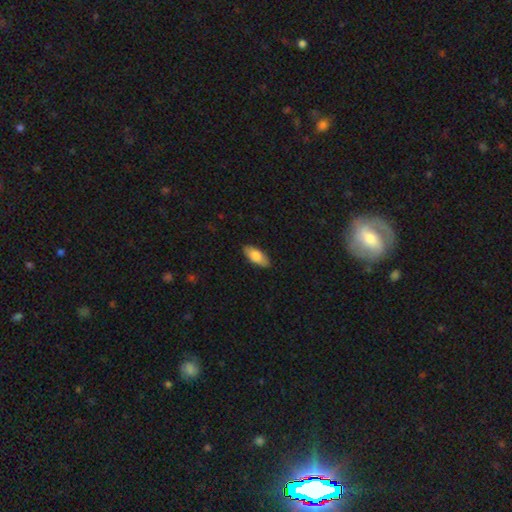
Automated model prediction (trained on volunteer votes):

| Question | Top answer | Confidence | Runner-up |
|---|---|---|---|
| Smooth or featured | smooth | 79% | featured or disk (15%) |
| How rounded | in between | 87% | cigar-shaped (11%) |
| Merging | none | 88% | minor disturbance (9%) |